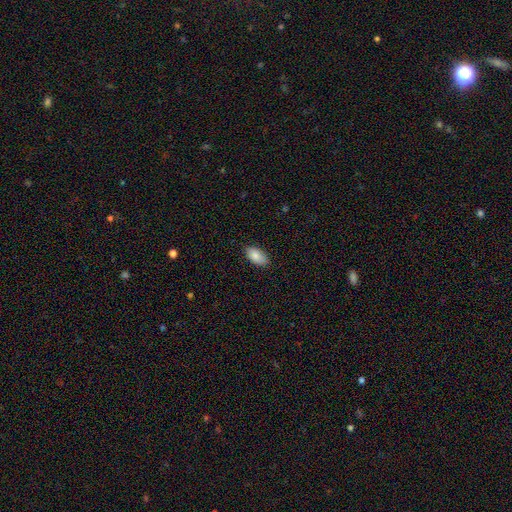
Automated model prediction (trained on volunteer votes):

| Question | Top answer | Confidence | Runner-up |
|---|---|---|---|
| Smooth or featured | smooth | 86% | star or artifact (7%) |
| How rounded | in between | 94% | round (3%) |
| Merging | none | 82% | minor disturbance (15%) |